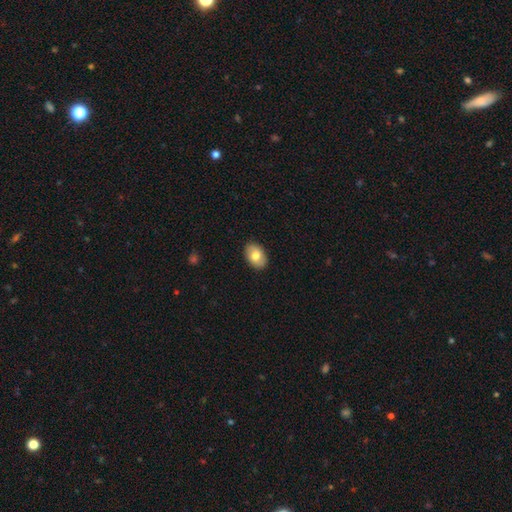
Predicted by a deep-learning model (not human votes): Overall: smooth (73%). How rounded: in between (83%). Merging: none (89%).